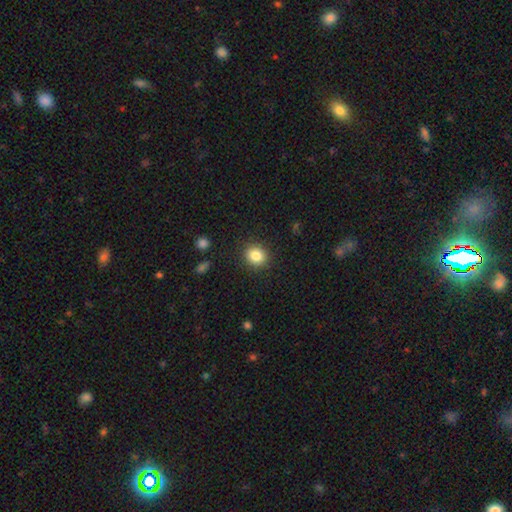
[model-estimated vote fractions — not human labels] Q: Smooth or featured?
A: smooth (84%); runner-up: star or artifact (10%)
Q: How rounded?
A: round (74%); runner-up: in between (25%)
Q: Merging?
A: none (89%); runner-up: minor disturbance (8%)